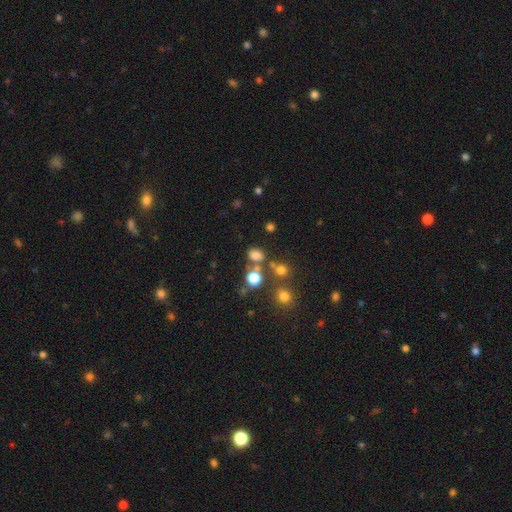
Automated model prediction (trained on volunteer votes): This appears to be a smooth galaxy with no disk features (71%) that is in between round and cigar-shaped (55%). Merging: none (60%).